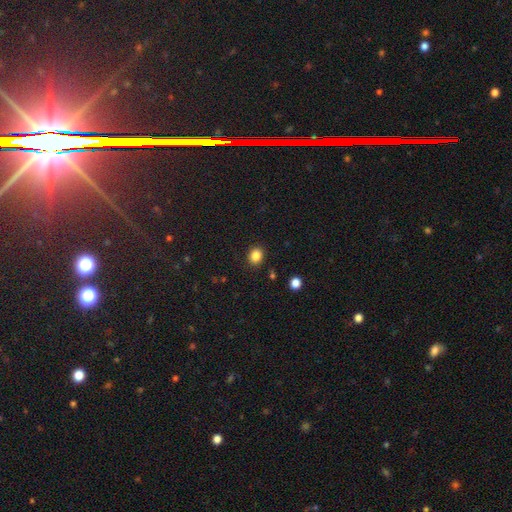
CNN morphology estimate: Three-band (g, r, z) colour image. It shows a smooth galaxy with no disk features (85%) that is round (67%). Merging: none (89%).